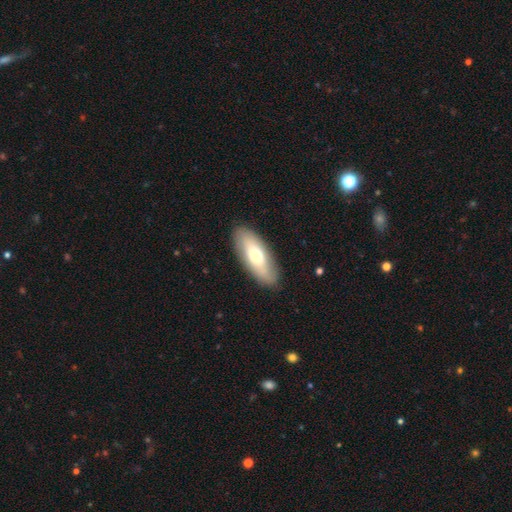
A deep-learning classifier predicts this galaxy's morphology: This is likely a smooth galaxy (62%). How rounded: likely in between (76%). Merging: clearly none (87%).